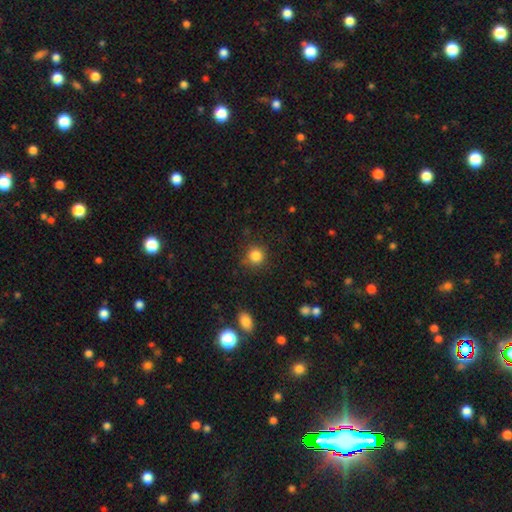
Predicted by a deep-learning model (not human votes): smooth-or-featured: smooth: 84% | star or artifact: 12% | featured or disk: 5%
  how-rounded: round: 92% | in between: 7% | cigar-shaped: 1%
  merging: none: 85% | minor disturbance: 10% | major disturbance: 3% | merger: 2%